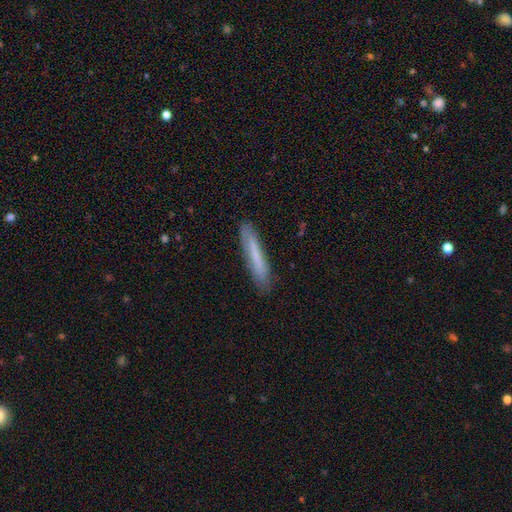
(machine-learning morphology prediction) smooth-or-featured: smooth: 66% | featured or disk: 28% | star or artifact: 7%
  how-rounded: cigar-shaped: 93% | in between: 6% | round: 1%
  merging: none: 85% | minor disturbance: 11% | major disturbance: 2% | merger: 1%